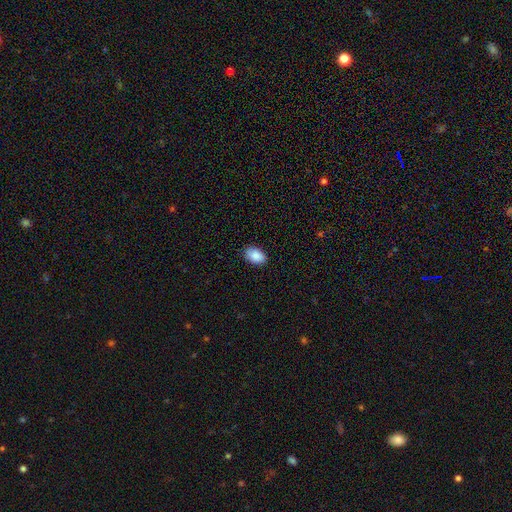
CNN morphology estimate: This appears to be a smooth galaxy with no disk features (89%) that is in between round and cigar-shaped (92%). Merging: none (88%).